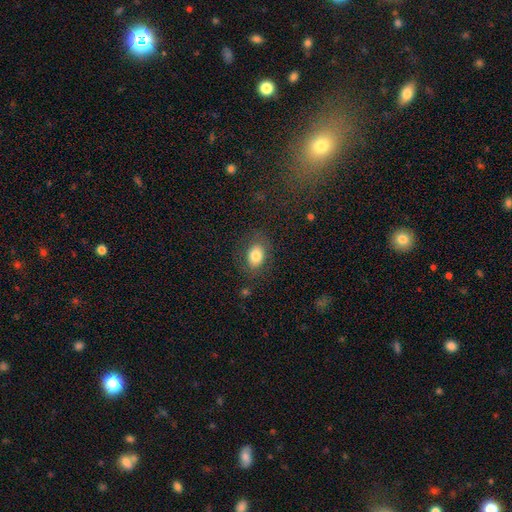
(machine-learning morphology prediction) smooth-or-featured: smooth: 80% | featured or disk: 11% | star or artifact: 9%
  how-rounded: in between: 76% | round: 22% | cigar-shaped: 1%
  merging: none: 78% | minor disturbance: 14% | major disturbance: 6% | merger: 2%